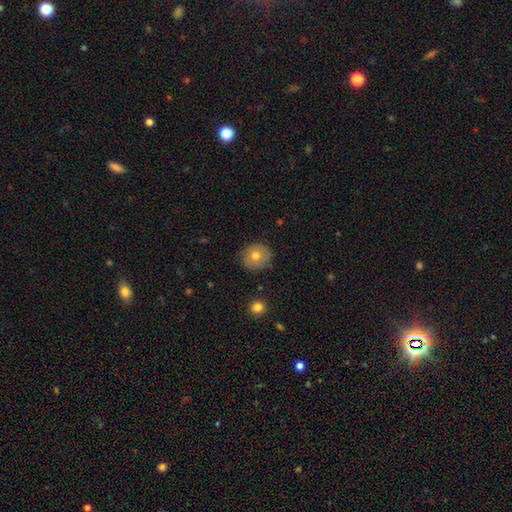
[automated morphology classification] smooth 71%, featured or disk 19%, star or artifact 10%. Down the decision tree: how rounded — round (87%); merging — none (85%).